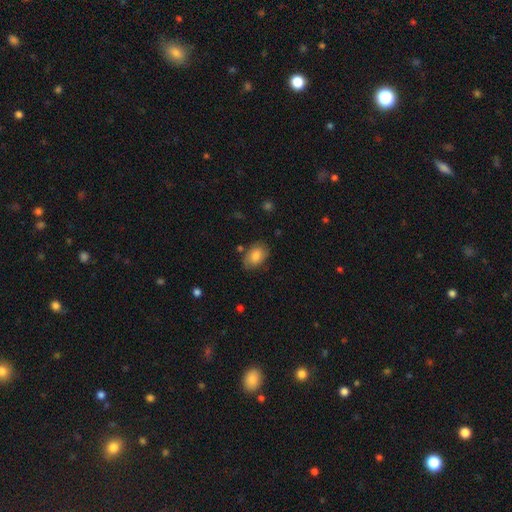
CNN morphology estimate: Smooth or featured: smooth — 80% (featured or disk — 12%)
How rounded: in between — 84% (round — 15%)
Merging: none — 75% (minor disturbance — 19%)